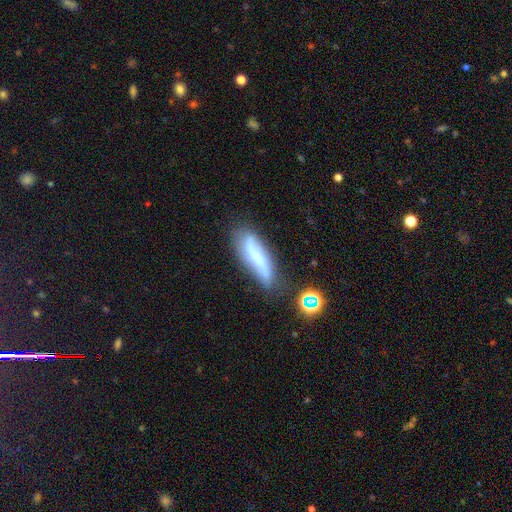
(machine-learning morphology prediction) smooth_or_featured: smooth (p=0.46) [alt: featured or disk p=0.44]
merging: none (p=0.66) [alt: minor disturbance p=0.22]